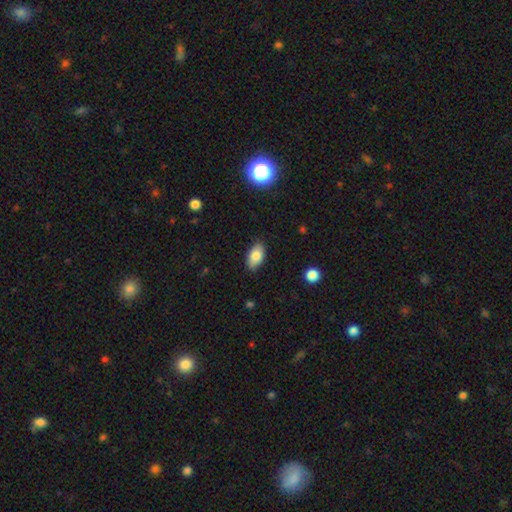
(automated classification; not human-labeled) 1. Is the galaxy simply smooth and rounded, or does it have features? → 83% smooth, 9% featured or disk, 8% star or artifact.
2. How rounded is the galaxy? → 93% in between, 5% round, 3% cigar-shaped.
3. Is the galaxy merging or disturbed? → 85% none, 12% minor disturbance, 2% major disturbance, 1% merger.